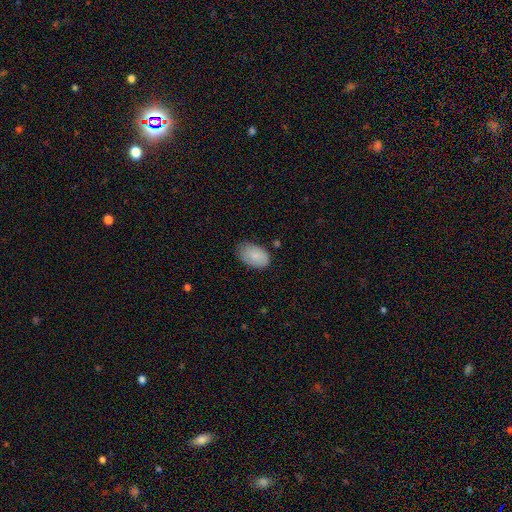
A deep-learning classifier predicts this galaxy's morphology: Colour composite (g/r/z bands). It shows a smooth galaxy with no disk features (85%) that is in between round and cigar-shaped (92%). Merging: none (69%).